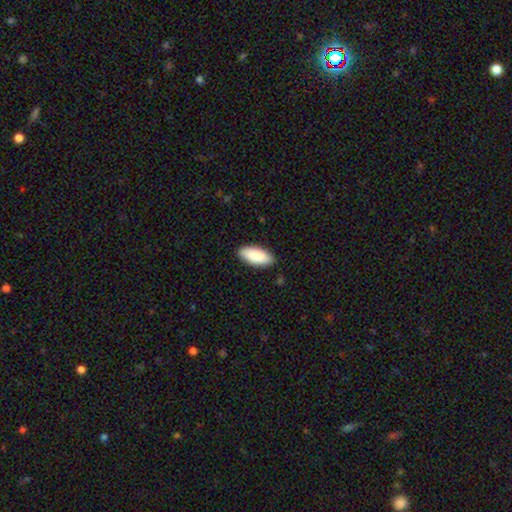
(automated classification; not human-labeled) Smooth or featured? smooth (88%)
How rounded? in between (88%)
Merging? none (87%)